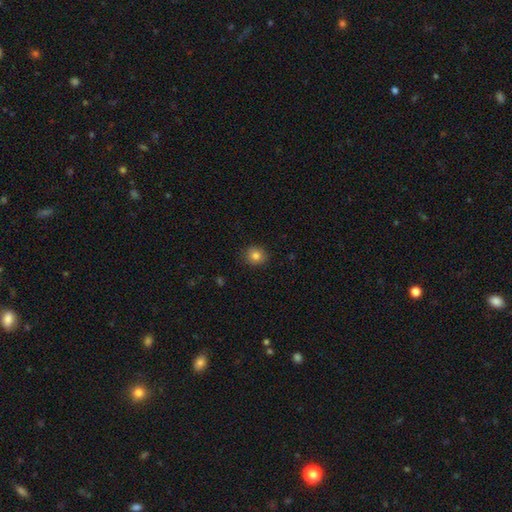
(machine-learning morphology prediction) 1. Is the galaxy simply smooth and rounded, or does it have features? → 82% smooth, 11% star or artifact, 7% featured or disk.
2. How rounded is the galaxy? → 80% round, 19% in between, 1% cigar-shaped.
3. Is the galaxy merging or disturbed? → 88% none, 9% minor disturbance, 2% major disturbance, 1% merger.